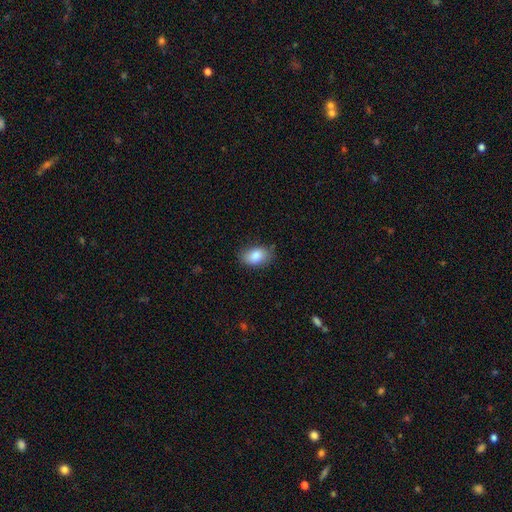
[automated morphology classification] Smooth or featured?
  - smooth: 85% *
  - featured or disk: 7%
  - star or artifact: 7%
How rounded?
  - in between: 88% *
  - round: 10%
  - cigar-shaped: 1%
Merging?
  - none: 76% *
  - minor disturbance: 19%
  - major disturbance: 4%
  - merger: 1%